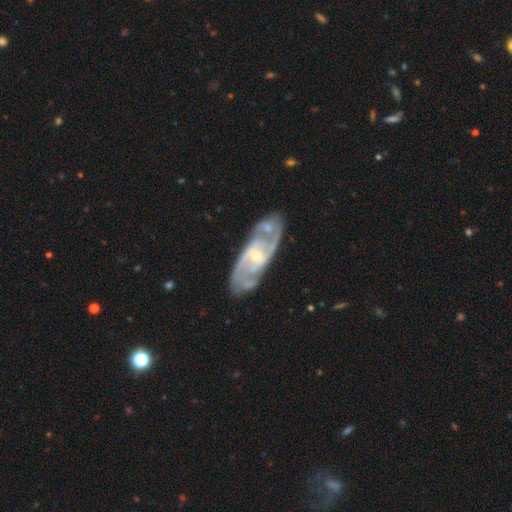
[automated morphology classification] A featured or disk galaxy (88%) with a weak bar (43%), 2 (74%) medium (53%) spiral arms (96%) and a small central bulge (67%). Merging: none (71%).